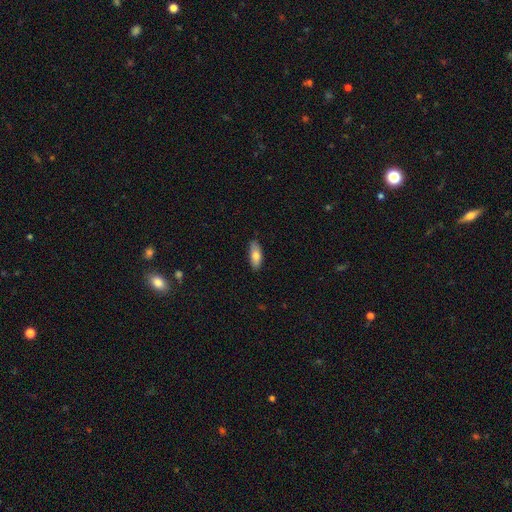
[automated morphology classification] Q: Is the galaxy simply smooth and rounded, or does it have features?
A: smooth — 77%.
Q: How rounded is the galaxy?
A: in between — 74%.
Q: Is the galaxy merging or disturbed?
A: none — 85%.